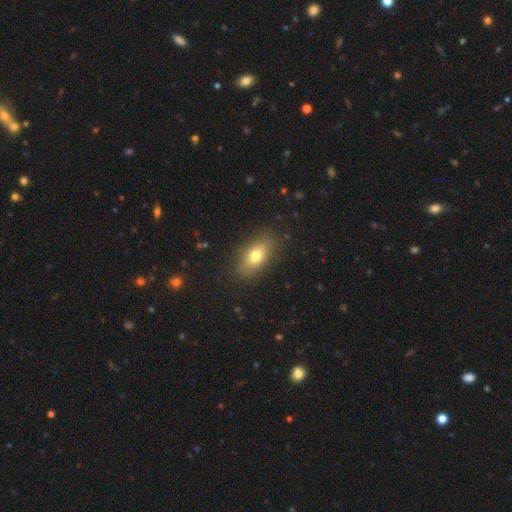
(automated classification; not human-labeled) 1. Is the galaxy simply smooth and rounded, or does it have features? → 74% smooth, 18% featured or disk, 9% star or artifact.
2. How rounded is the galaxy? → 81% in between, 13% cigar-shaped, 7% round.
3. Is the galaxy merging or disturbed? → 86% none, 10% minor disturbance, 3% major disturbance, 1% merger.